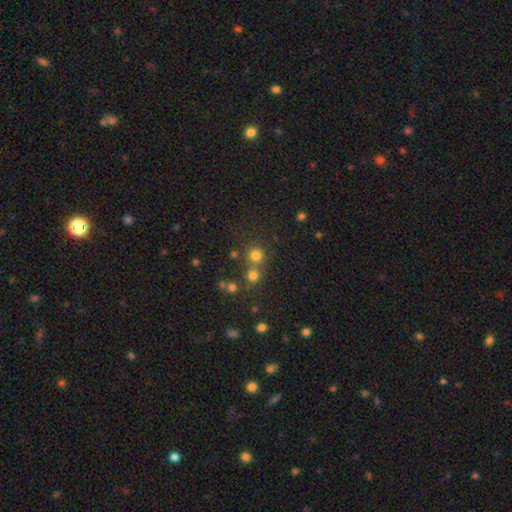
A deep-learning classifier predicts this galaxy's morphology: Overall: smooth (74%). How rounded: round (91%). Merging: none (61%; merger 30%).